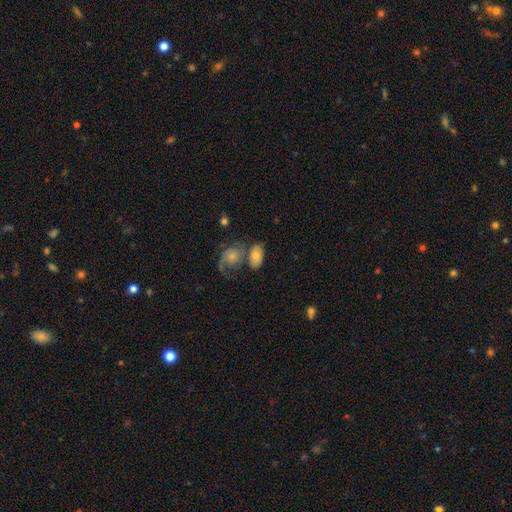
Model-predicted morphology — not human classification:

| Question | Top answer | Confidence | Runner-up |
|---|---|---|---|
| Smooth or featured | smooth | 64% | featured or disk (28%) |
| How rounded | in between | 89% | round (9%) |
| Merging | none | 39% | merger (38%) |